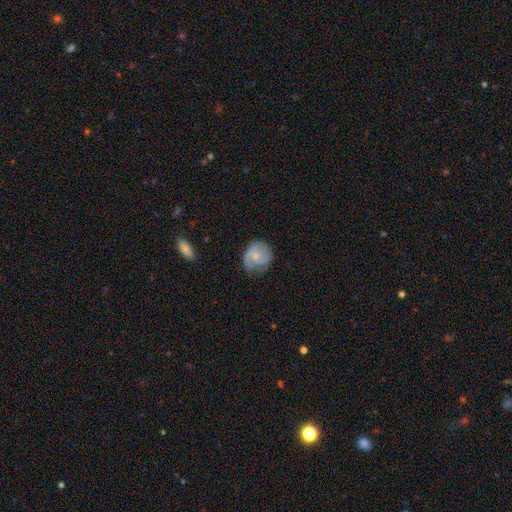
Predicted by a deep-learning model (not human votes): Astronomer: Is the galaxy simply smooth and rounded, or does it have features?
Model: featured or disk — 56% (runner-up: smooth, 37%).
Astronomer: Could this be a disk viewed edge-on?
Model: no — 98%.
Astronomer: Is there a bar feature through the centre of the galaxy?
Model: no — 70%.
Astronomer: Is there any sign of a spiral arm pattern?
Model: yes — 85%.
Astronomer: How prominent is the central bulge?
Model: small — 59%.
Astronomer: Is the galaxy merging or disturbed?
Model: none — 59%.